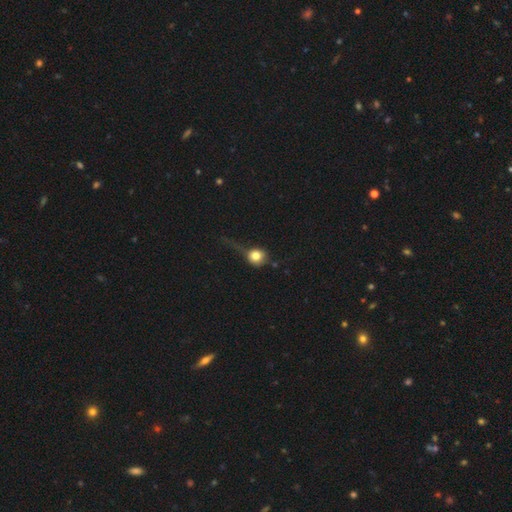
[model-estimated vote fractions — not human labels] smooth_or_featured: smooth (p=0.73) [alt: featured or disk p=0.16]
how_rounded: round (p=0.84) [alt: in between p=0.15]
merging: none (p=0.39) [alt: major disturbance p=0.30]